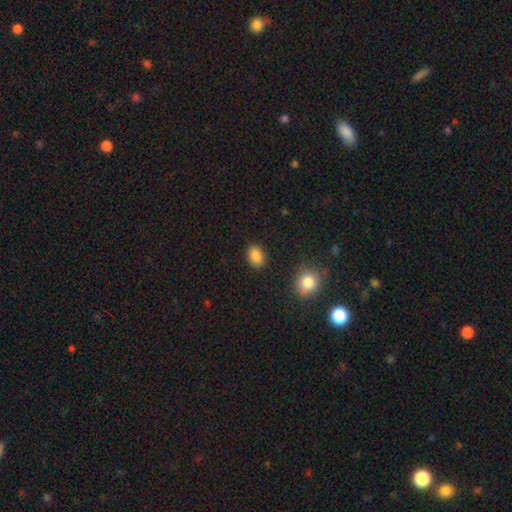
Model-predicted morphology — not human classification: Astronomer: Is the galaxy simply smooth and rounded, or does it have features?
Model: smooth — 86%.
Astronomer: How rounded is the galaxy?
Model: in between — 80%.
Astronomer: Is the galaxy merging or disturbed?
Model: none — 87%.